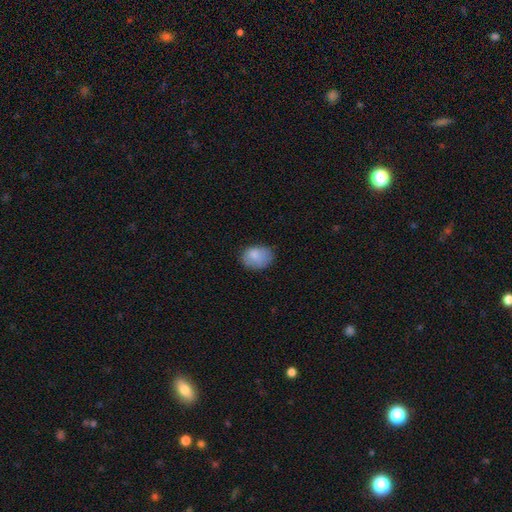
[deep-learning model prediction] This appears to be a smooth galaxy with no disk features (83%) that is in between round and cigar-shaped (68%). Merging: none (68%).